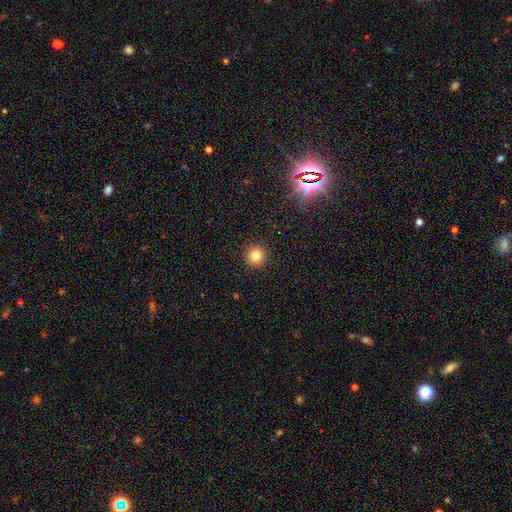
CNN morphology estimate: This is clearly a smooth galaxy (81%). How rounded: clearly round (95%). Merging: clearly none (92%).